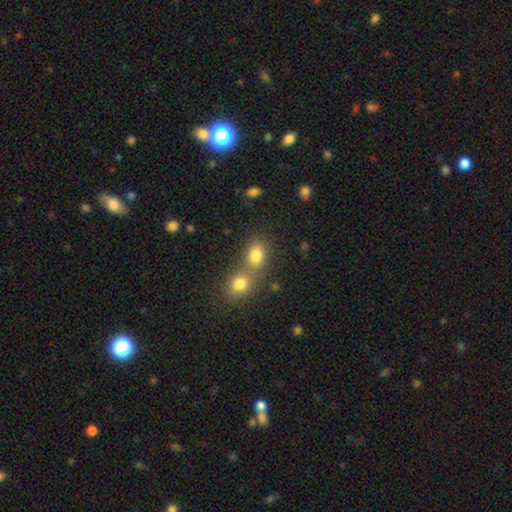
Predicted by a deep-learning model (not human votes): Smooth or featured: smooth — 79% (star or artifact — 13%)
How rounded: in between — 58% (round — 40%)
Merging: merger — 52% (none — 37%)